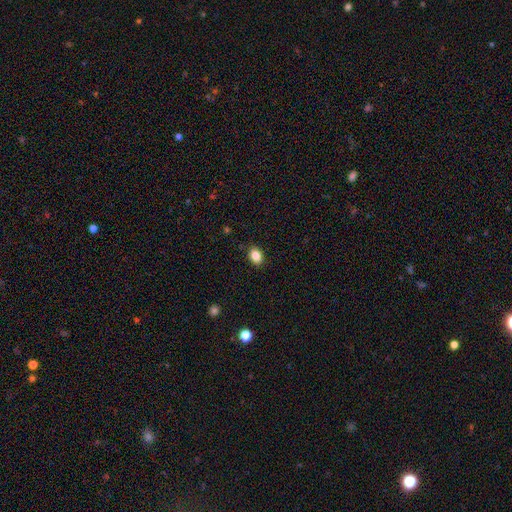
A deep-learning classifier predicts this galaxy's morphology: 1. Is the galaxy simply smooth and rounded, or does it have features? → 86% smooth, 9% star or artifact, 4% featured or disk.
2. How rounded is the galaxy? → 71% in between, 28% round, 1% cigar-shaped.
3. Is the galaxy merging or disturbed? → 89% none, 8% minor disturbance, 2% major disturbance, 1% merger.